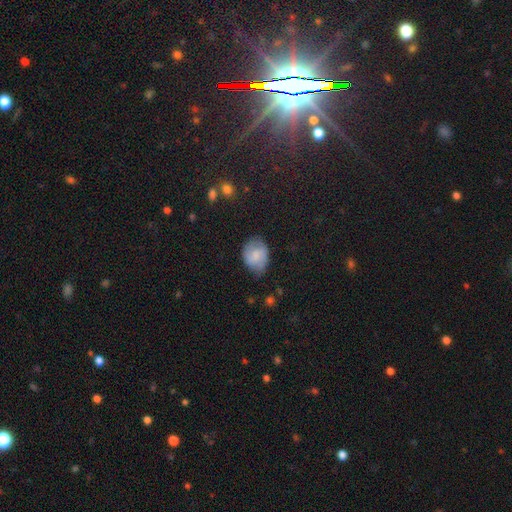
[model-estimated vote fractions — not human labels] Smooth or featured: smooth — 61% (featured or disk — 31%)
How rounded: in between — 59% (round — 39%)
Merging: none — 60% (minor disturbance — 30%)